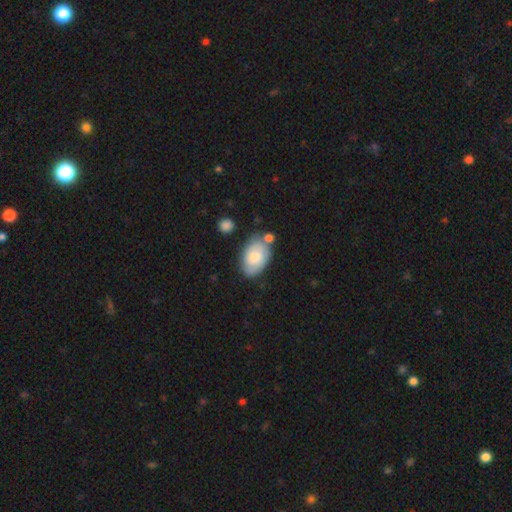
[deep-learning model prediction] Overall: smooth (71%). How rounded: in between (90%). Merging: none (61%).